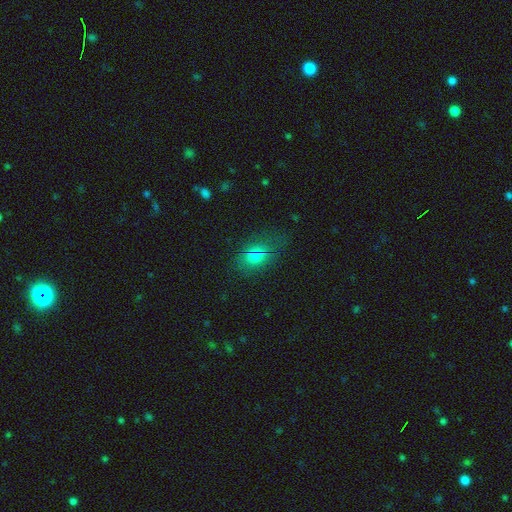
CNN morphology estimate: Overall: smooth (67%). How rounded: in between (73%). Merging: none (74%).